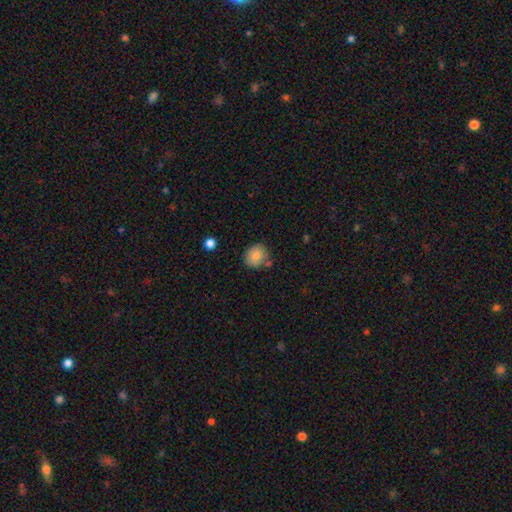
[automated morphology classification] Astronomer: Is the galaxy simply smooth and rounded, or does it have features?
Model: smooth — 84%.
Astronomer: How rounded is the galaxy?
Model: round — 77%.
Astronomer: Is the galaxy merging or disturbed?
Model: none — 73%.